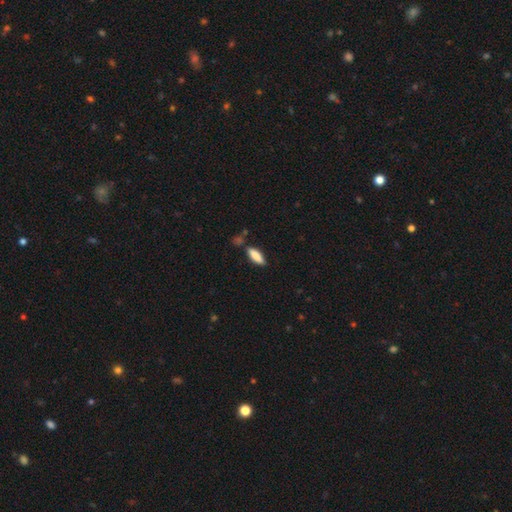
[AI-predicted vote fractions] A smooth galaxy with no disk features (85%) that is in between round and cigar-shaped (57%).

Vote fractions:
- Smooth or featured? smooth: 85% / featured or disk: 9% / star or artifact: 6%
- How rounded? in between: 57% / cigar-shaped: 41% / round: 2%
- Merging? none: 75% / minor disturbance: 15% / merger: 7% / major disturbance: 3%